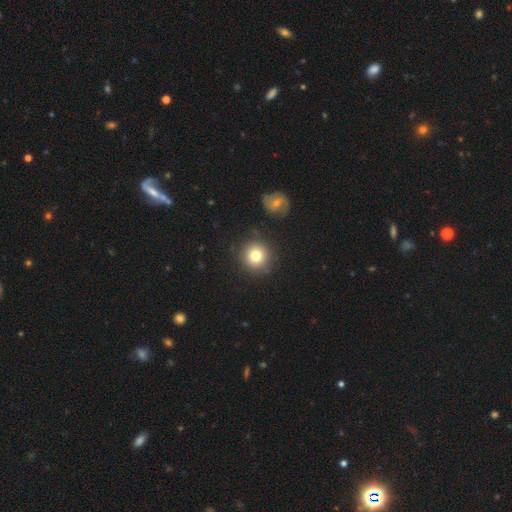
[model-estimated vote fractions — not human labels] Q: Smooth or featured?
A: smooth (79%); runner-up: star or artifact (11%)
Q: How rounded?
A: round (93%); runner-up: in between (6%)
Q: Merging?
A: none (85%); runner-up: minor disturbance (8%)